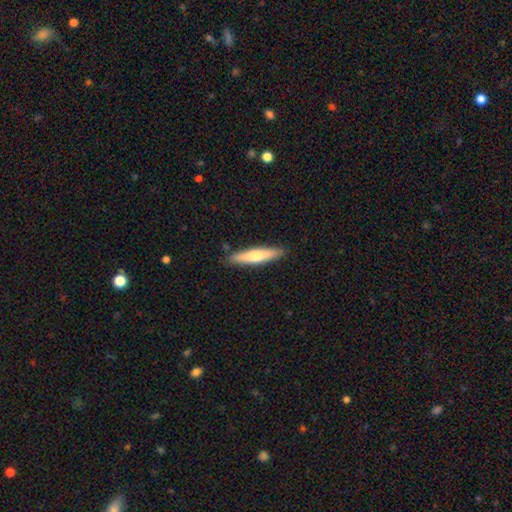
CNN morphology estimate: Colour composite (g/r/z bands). It shows a smooth galaxy with no disk features (60%) that is cigar-shaped (86%). Merging: none (88%).